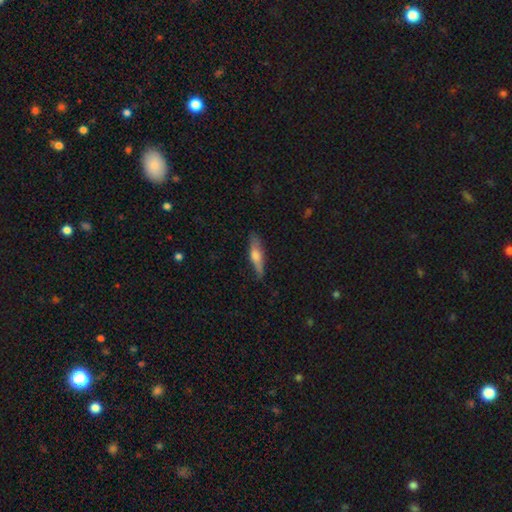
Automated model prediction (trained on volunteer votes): A smooth galaxy with no disk features (48%). Merging: none (82%).